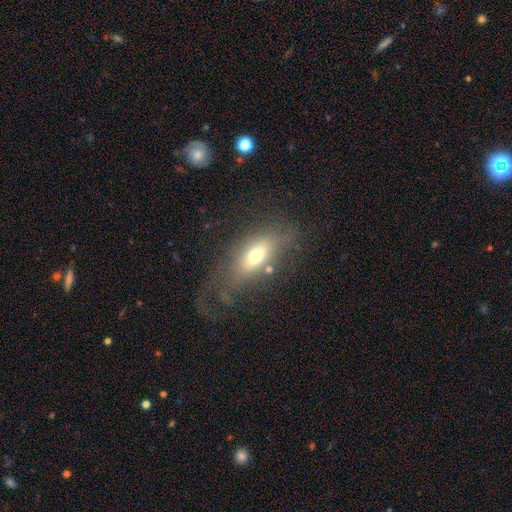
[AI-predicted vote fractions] smooth_or_featured: smooth (p=0.58) [alt: featured or disk p=0.32]
how_rounded: in between (p=0.77) [alt: cigar-shaped p=0.17]
merging: none (p=0.51) [alt: major disturbance p=0.25]